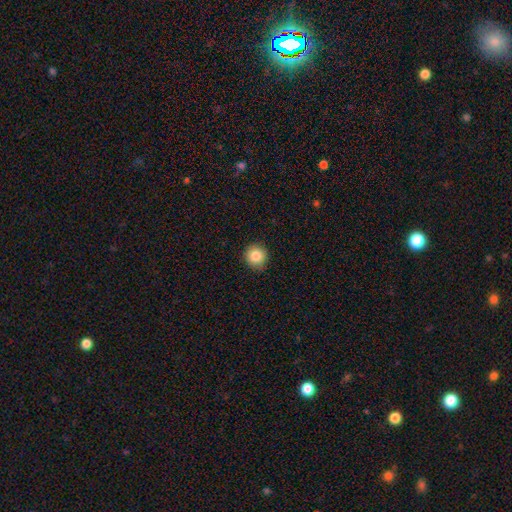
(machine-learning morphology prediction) A smooth galaxy with no disk features (85%) that is round (93%). Merging: none (89%).